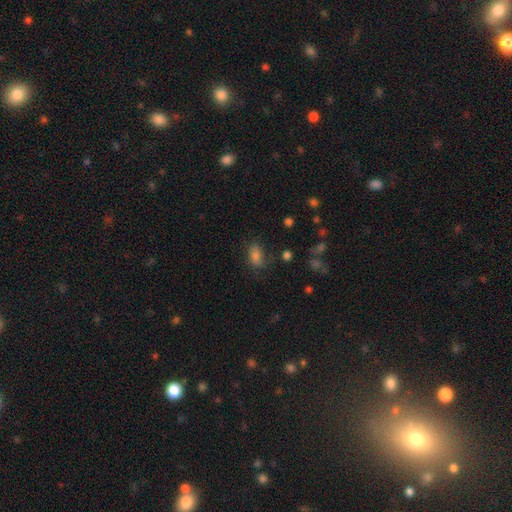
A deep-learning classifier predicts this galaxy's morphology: This appears to be a smooth galaxy with no disk features (70%) that is in between round and cigar-shaped (85%). Merging: none (70%).